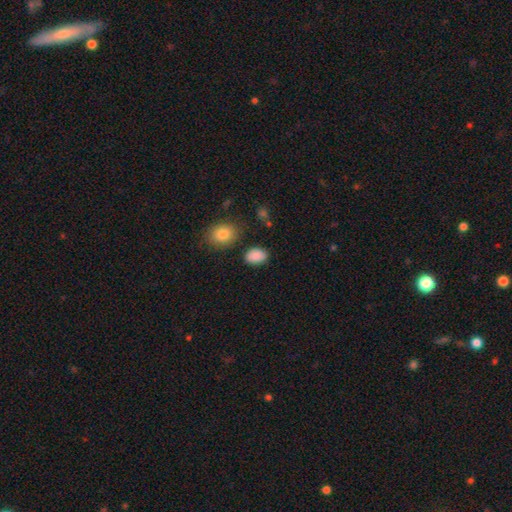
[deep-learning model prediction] smooth-or-featured: smooth: 88% | star or artifact: 9% | featured or disk: 4%
  how-rounded: in between: 82% | round: 16% | cigar-shaped: 1%
  merging: none: 81% | minor disturbance: 12% | merger: 3% | major disturbance: 3%